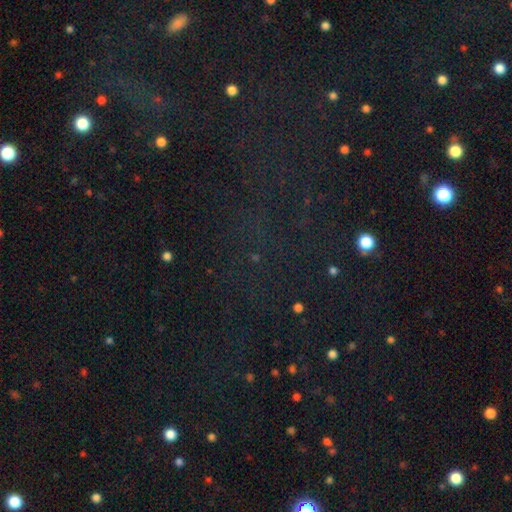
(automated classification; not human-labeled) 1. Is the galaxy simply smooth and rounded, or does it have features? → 72% star or artifact, 18% smooth, 10% featured or disk.